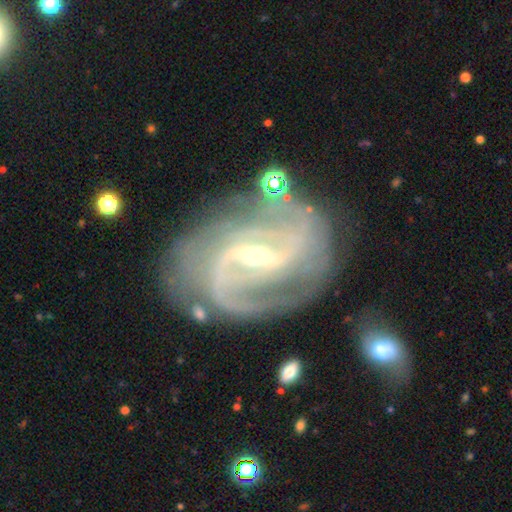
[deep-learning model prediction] This is clearly a featured or disk galaxy (91%). It is clearly not viewed edge-on (97%). Bar: possibly strong (55%). Spiral arm pattern: clearly yes (98%). Spiral arm count: likely 2 (66%). Spiral winding: possibly medium (49%). Central bulge: likely small (67%). Merging: likely none (68%).